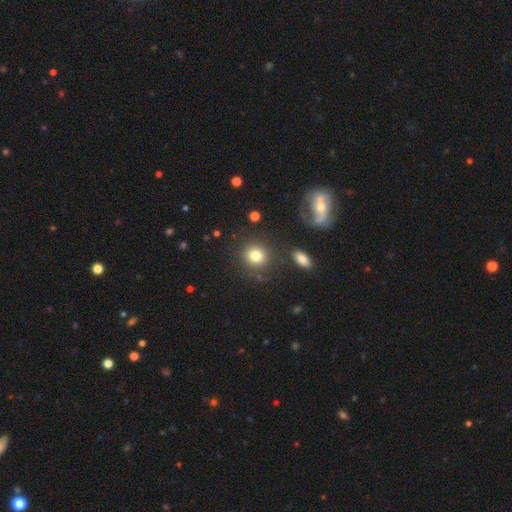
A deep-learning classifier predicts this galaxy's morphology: This appears to be a smooth galaxy with no disk features (81%) that is round (86%). Merging: none (81%).